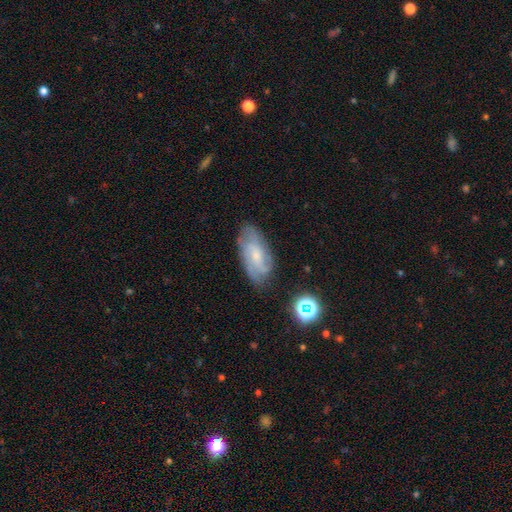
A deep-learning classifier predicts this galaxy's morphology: featured or disk 65%, smooth 27%, star or artifact 9%. Down the decision tree: edge-on disk — no (93%); bar — no (59%); spiral arms — yes (89%); spiral arm count — can't tell (41%); spiral winding — tight (44%); bulge size — small (57%); merging — none (71%).